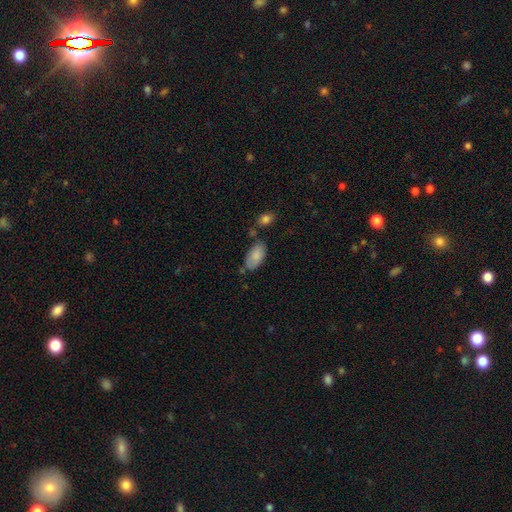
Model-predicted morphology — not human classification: smooth_or_featured: smooth (p=0.84) [alt: featured or disk p=0.10]
how_rounded: in between (p=0.94) [alt: round p=0.03]
merging: none (p=0.61) [alt: minor disturbance p=0.24]